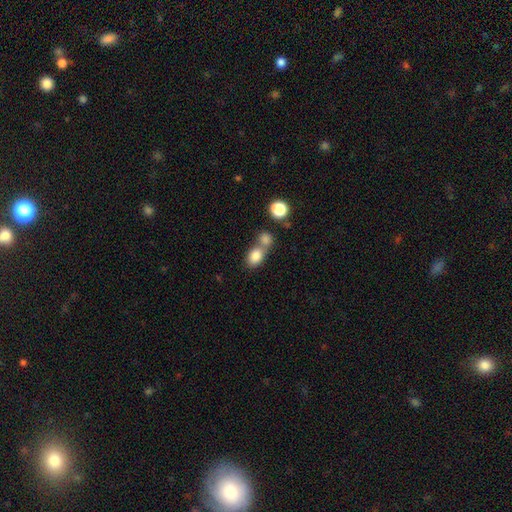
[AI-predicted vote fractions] Smooth or featured? smooth (82%)
How rounded? in between (67%)
Merging? merger (52%)